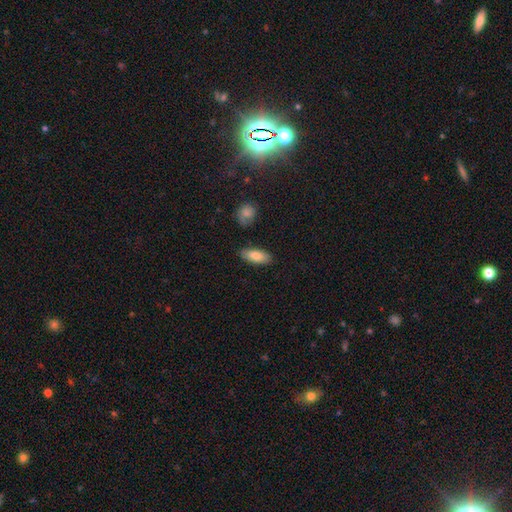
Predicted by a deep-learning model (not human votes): Overall: smooth (83%). How rounded: in between (81%). Merging: none (85%).